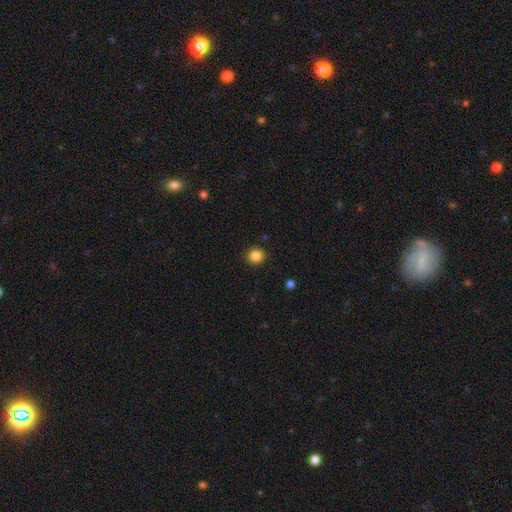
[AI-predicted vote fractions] smooth_or_featured: smooth (p=0.85) [alt: star or artifact p=0.11]
how_rounded: round (p=0.94) [alt: in between p=0.05]
merging: none (p=0.92) [alt: minor disturbance p=0.05]